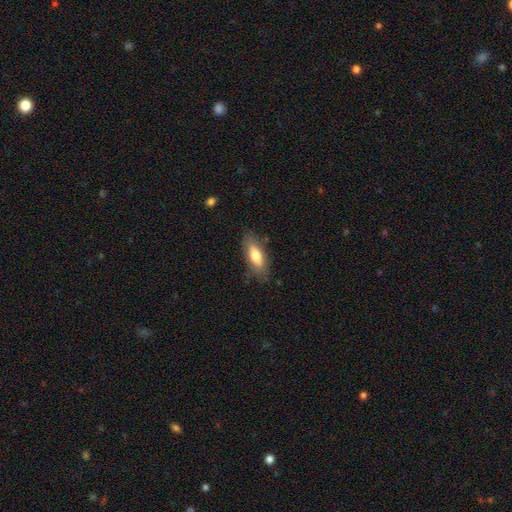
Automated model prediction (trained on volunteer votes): This is likely a smooth galaxy (69%). How rounded: likely in between (66%). Merging: clearly none (80%).